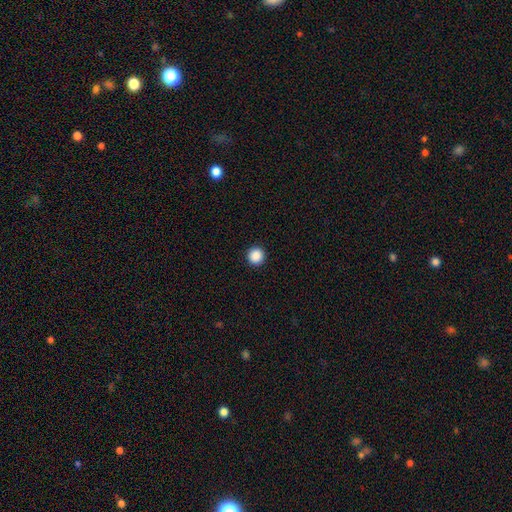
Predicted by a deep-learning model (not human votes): This is clearly a smooth galaxy (88%). How rounded: clearly round (96%). Merging: clearly none (93%).